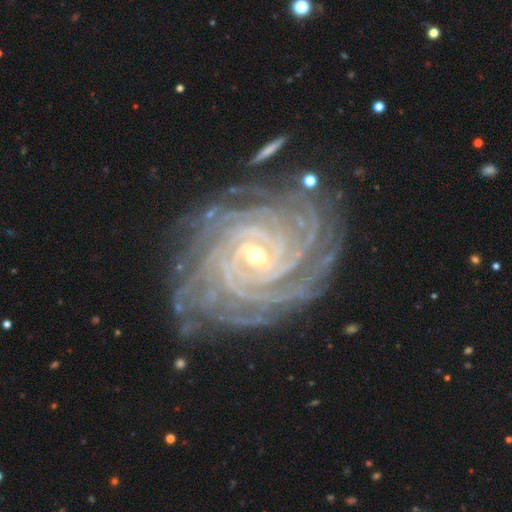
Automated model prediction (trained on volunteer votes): smooth-or-featured: featured or disk: 93% | star or artifact: 4% | smooth: 3%
  disk-edge-on: no: 98% | yes: 2%
    bar: weak: 40% | no: 30% | strong: 30%
    has-spiral-arms: yes: 99% | no: 1%
      spiral-winding: tight: 88% | medium: 11% | loose: 2%
      spiral-arm-count: more than 4: 38% | 4: 22% | can't tell: 13% | 3: 10% | 2: 8% | 1: 8%
    bulge-size: small: 55% | moderate: 42% | large: 1% | none: 1% | dominant: 1%
  merging: none: 81% | minor disturbance: 13% | major disturbance: 4% | merger: 2%